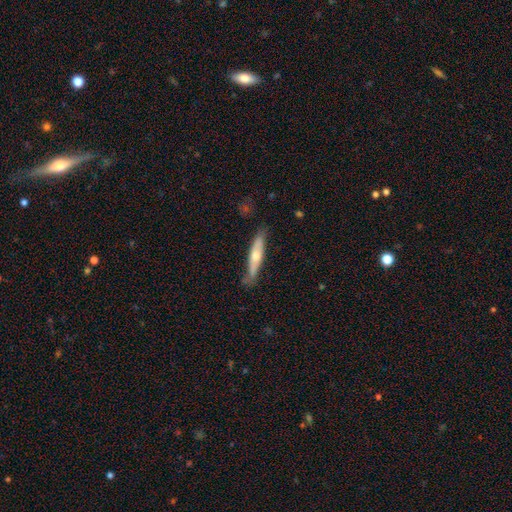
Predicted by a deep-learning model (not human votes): smooth_or_featured: smooth (p=0.50) [alt: featured or disk p=0.45]
how_rounded: cigar-shaped (p=0.83) [alt: in between p=0.16]
merging: none (p=0.74) [alt: minor disturbance p=0.20]